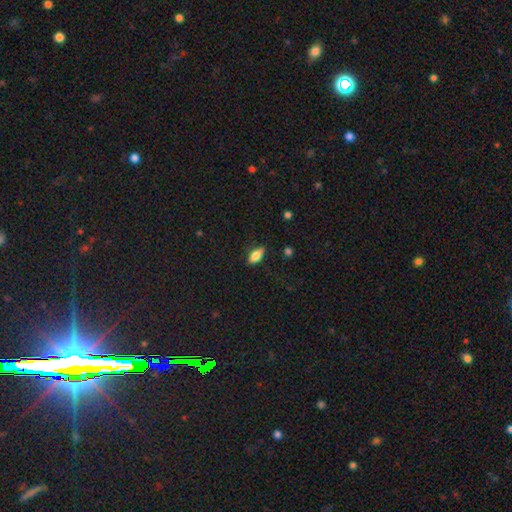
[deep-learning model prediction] Morphology: type=smooth (71%); roundness=in between (83%); merging=none (73%).